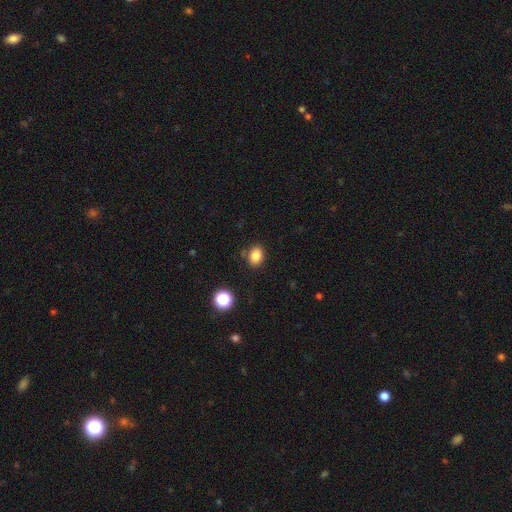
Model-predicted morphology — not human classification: This appears to be a smooth galaxy with no disk features (84%) that is in between round and cigar-shaped (65%). Merging: none (82%).